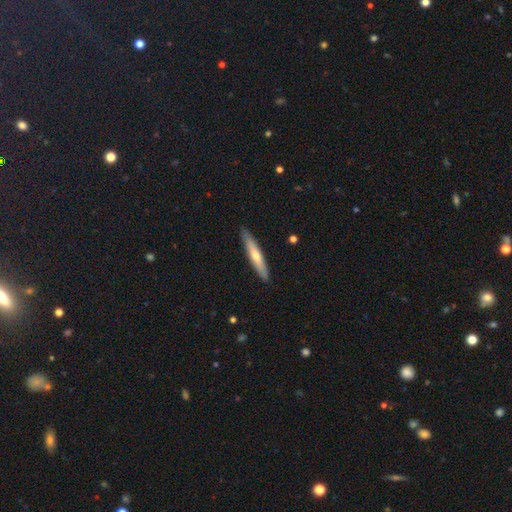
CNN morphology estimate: Smooth or featured: smooth — 56% (featured or disk — 39%)
How rounded: cigar-shaped — 91% (in between — 8%)
Merging: none — 89% (minor disturbance — 9%)